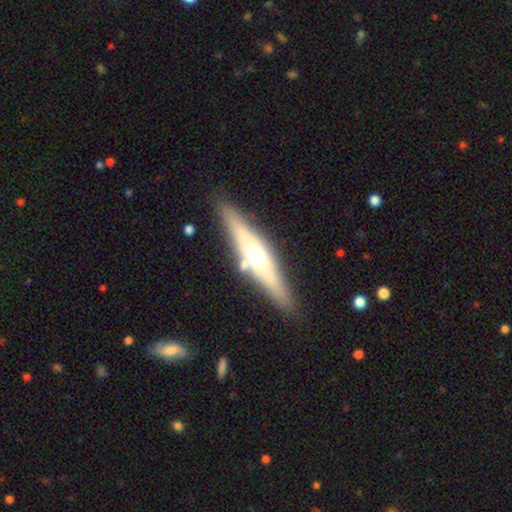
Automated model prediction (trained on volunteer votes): Smooth or featured? featured or disk (67%)
Edge-on disk? yes (92%)
Edge-on bulge? rounded (86%)
Merging? none (83%)